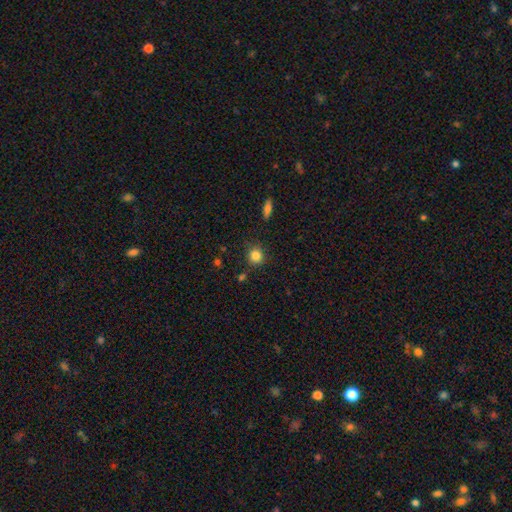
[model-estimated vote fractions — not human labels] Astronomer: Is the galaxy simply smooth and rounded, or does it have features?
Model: smooth — 84%.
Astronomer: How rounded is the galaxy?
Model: round — 87%.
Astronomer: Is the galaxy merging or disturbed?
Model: none — 82%.